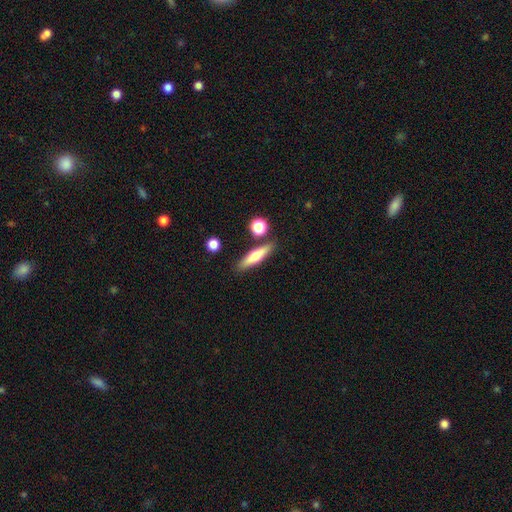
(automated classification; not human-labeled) smooth-or-featured: smooth: 57% | featured or disk: 36% | star or artifact: 7%
  how-rounded: cigar-shaped: 74% | in between: 23% | round: 3%
  merging: none: 81% | minor disturbance: 10% | merger: 6% | major disturbance: 3%